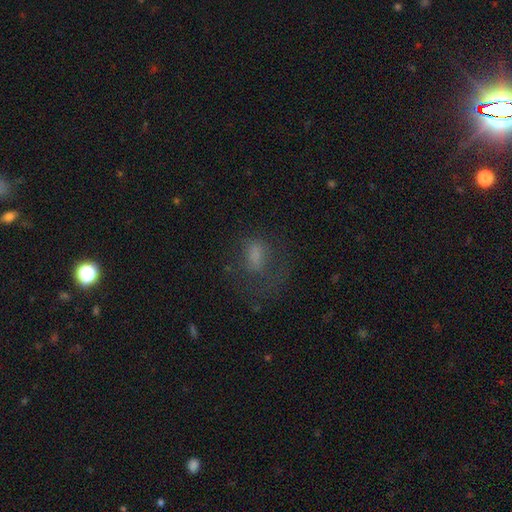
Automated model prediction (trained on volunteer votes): A smooth galaxy with no disk features (58%) that is in between round and cigar-shaped (75%).

Vote fractions:
- Smooth or featured? smooth: 58% / featured or disk: 23% / star or artifact: 19%
- How rounded? in between: 75% / round: 20% / cigar-shaped: 4%
- Merging? none: 39% (tied) / major disturbance: 39% (tied) / minor disturbance: 19% / merger: 3%